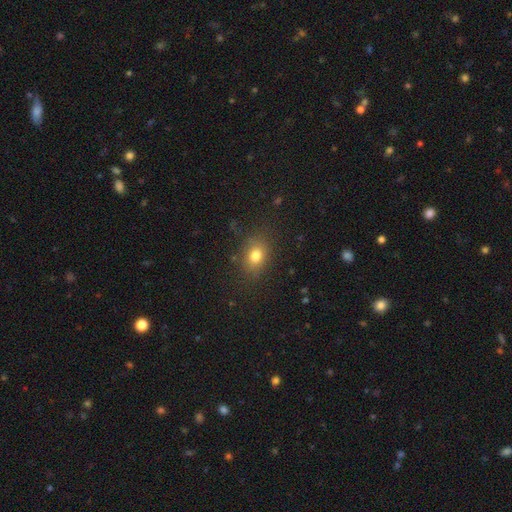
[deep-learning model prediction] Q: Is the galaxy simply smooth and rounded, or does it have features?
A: smooth — 78%.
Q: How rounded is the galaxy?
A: in between — 59%.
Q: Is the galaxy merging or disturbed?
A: none — 81%.